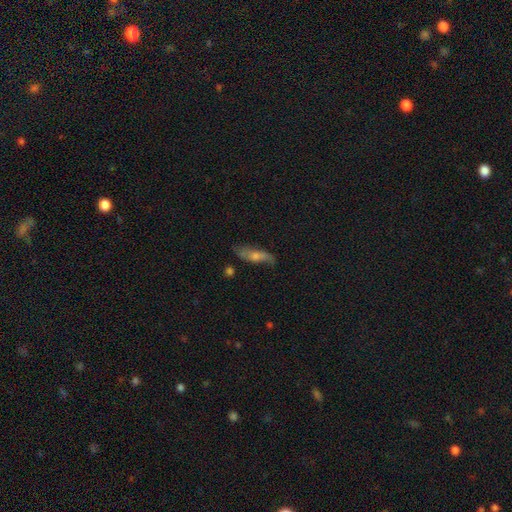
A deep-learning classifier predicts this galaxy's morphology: A featured or disk galaxy (51%). Merging: none (71%).